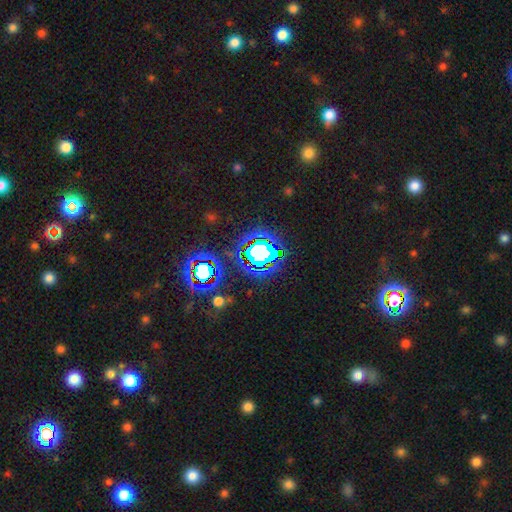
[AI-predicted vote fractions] Smooth or featured? Predicted: star or artifact (p=0.80).